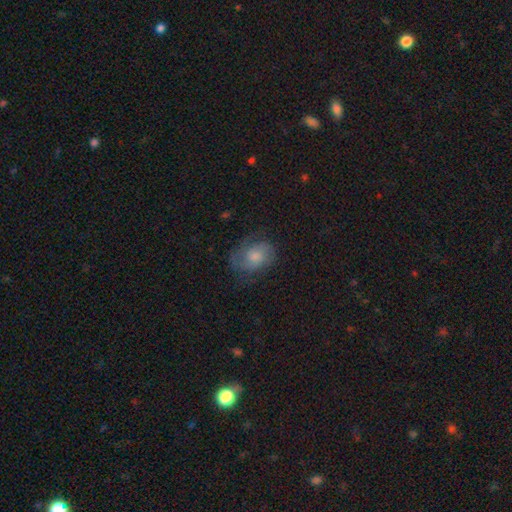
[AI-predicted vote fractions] smooth_or_featured: featured or disk (p=0.55) [alt: smooth p=0.35]
disk_edge_on: no (p=0.96) [alt: yes p=0.04]
bar: no (p=0.73) [alt: weak p=0.24]
has_spiral_arms: yes (p=0.87) [alt: no p=0.13]
bulge_size: moderate (p=0.46) [alt: small p=0.37]
merging: none (p=0.67) [alt: minor disturbance p=0.21]